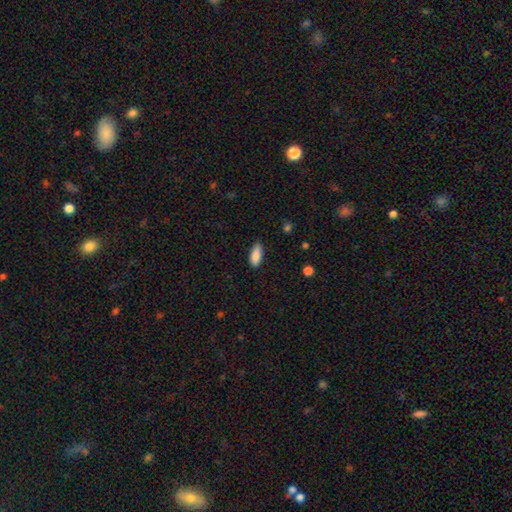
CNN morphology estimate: Overall: smooth (89%). How rounded: in between (76%). Merging: none (84%).